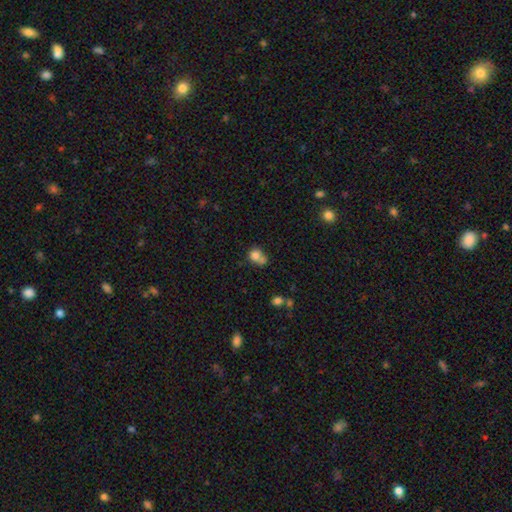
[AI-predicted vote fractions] This is likely a smooth galaxy (77%). How rounded: likely round (66%). Merging: marginally merger (43%).